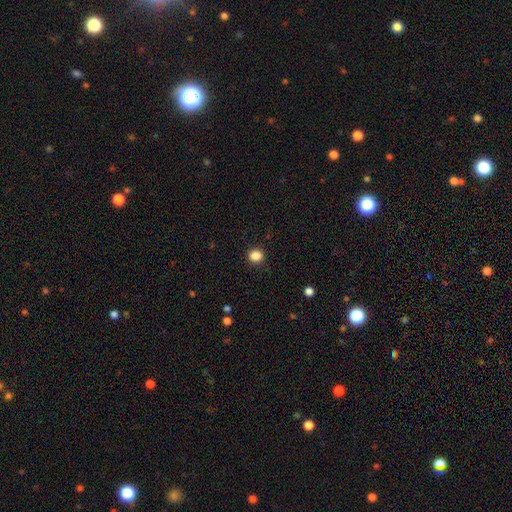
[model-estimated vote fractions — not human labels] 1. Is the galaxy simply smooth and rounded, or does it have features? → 86% smooth, 11% star or artifact, 3% featured or disk.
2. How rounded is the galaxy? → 82% round, 17% in between, 1% cigar-shaped.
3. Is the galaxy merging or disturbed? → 90% none, 7% minor disturbance, 2% major disturbance, 1% merger.